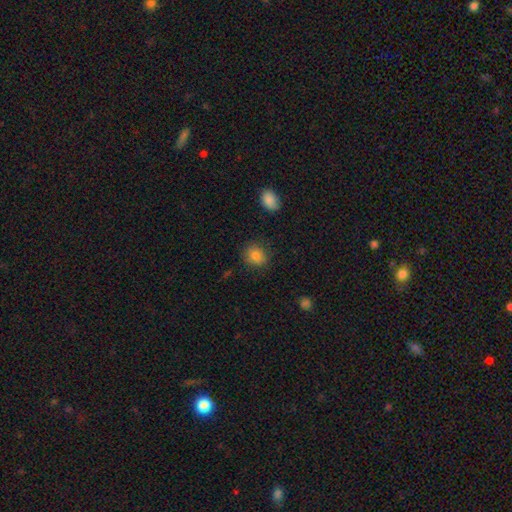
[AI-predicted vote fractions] Q: Smooth or featured?
A: smooth (85%); runner-up: star or artifact (10%)
Q: How rounded?
A: round (73%); runner-up: in between (26%)
Q: Merging?
A: none (85%); runner-up: minor disturbance (11%)